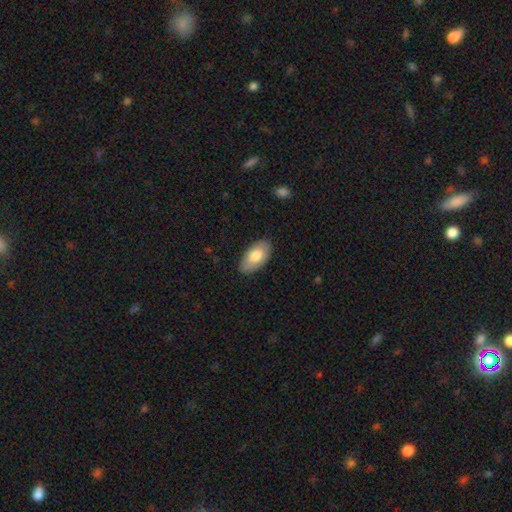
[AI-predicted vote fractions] Overall: smooth (78%). How rounded: in between (95%). Merging: none (86%).